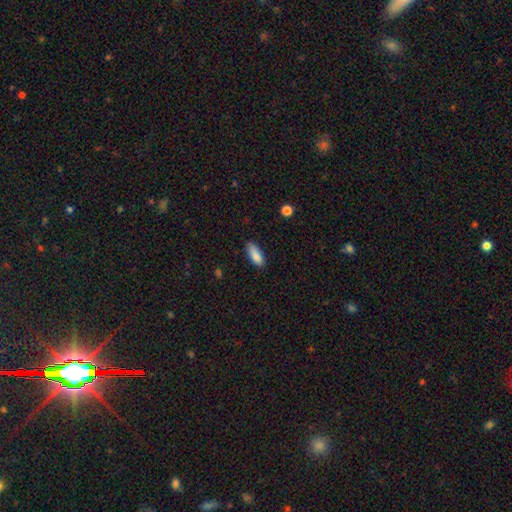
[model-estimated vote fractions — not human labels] smooth_or_featured: smooth (p=0.87) [alt: star or artifact p=0.07]
how_rounded: in between (p=0.75) [alt: cigar-shaped p=0.23]
merging: none (p=0.80) [alt: minor disturbance p=0.16]